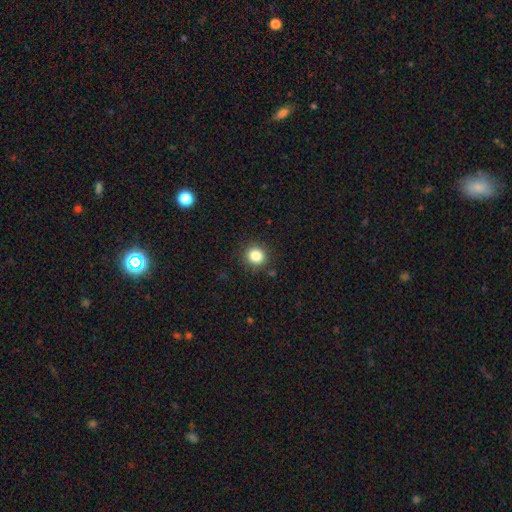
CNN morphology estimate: type=smooth (85%); roundness=round (90%); merging=none (89%).